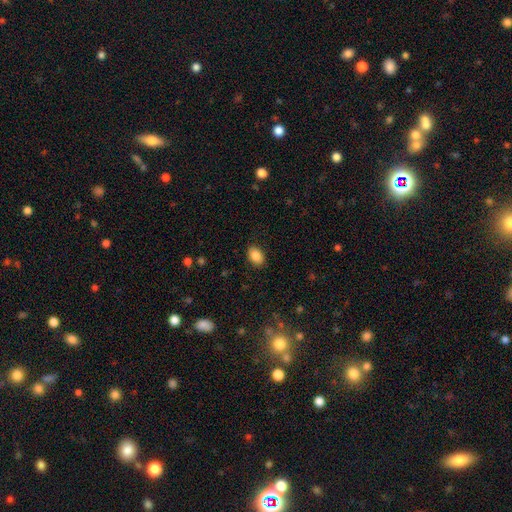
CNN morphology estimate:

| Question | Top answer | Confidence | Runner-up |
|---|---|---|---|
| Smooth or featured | smooth | 87% | star or artifact (8%) |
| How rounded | in between | 83% | round (16%) |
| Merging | none | 88% | minor disturbance (9%) |